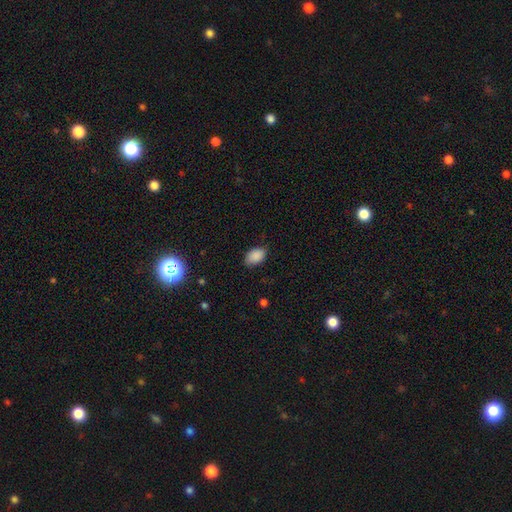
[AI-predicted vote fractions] Smooth or featured? Predicted: smooth (p=0.88). How rounded? Predicted: in between (p=0.87). Merging? Predicted: none (p=0.76).